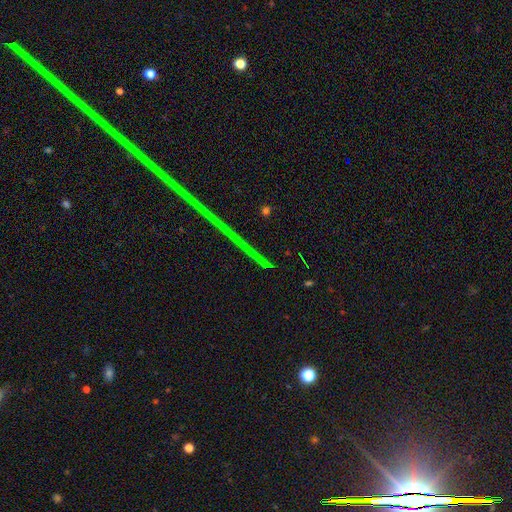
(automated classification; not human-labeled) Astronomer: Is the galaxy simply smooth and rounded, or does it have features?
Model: star or artifact — 84%.